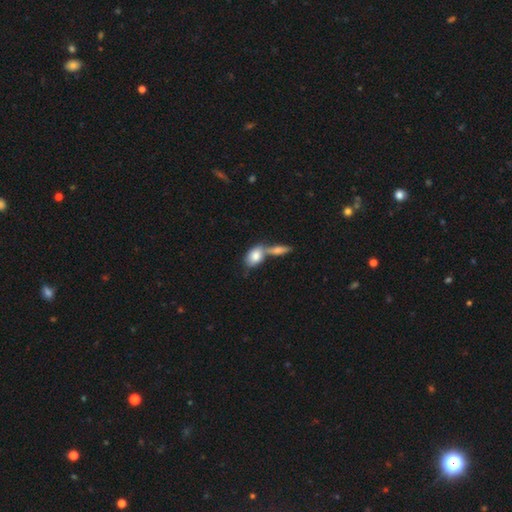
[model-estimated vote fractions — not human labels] The model was most divided on "merging": merger: 57%, none: 30%, minor disturbance: 9%, major disturbance: 4%. More confident: how rounded — in between (84%); smooth or featured — smooth (78%).